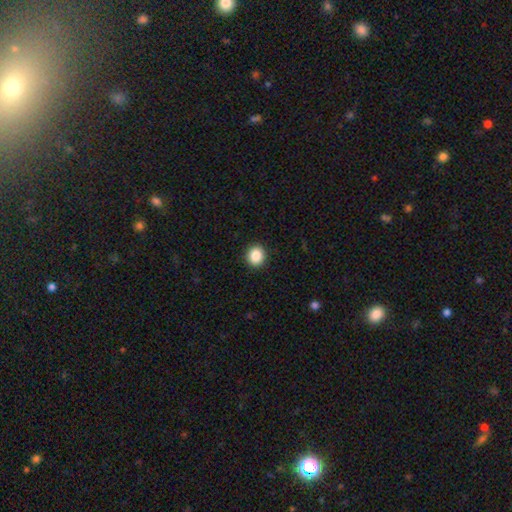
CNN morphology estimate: The model was most divided on "how rounded": round: 84%, in between: 15%, cigar-shaped: 1%. More confident: merging — none (92%); smooth or featured — smooth (87%).